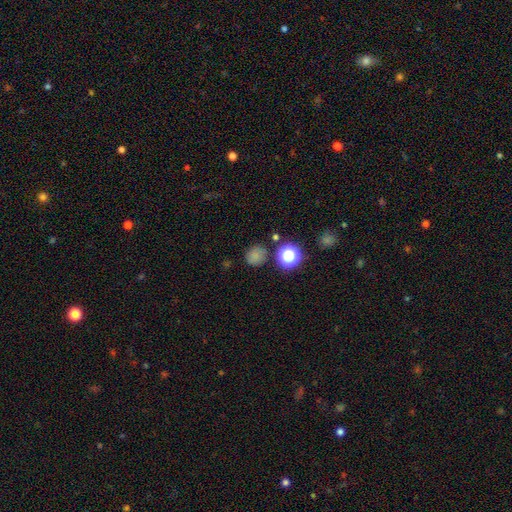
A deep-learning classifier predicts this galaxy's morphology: smooth_or_featured: smooth (p=0.73) [alt: star or artifact p=0.20]
how_rounded: round (p=0.78) [alt: in between p=0.21]
merging: none (p=0.77) [alt: minor disturbance p=0.14]